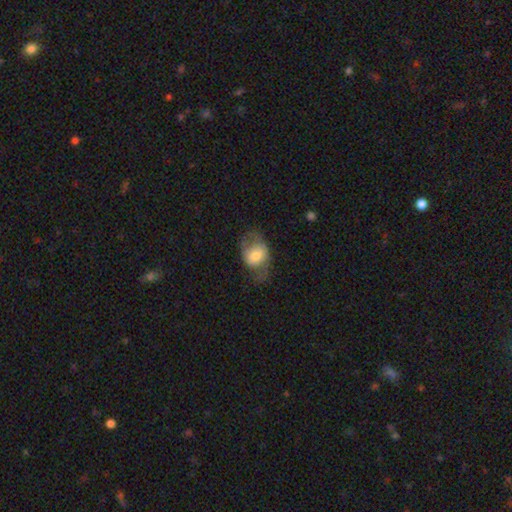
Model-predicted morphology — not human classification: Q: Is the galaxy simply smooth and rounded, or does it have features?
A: smooth — 60%.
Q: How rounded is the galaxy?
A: in between — 65%.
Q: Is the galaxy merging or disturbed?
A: none — 48%.